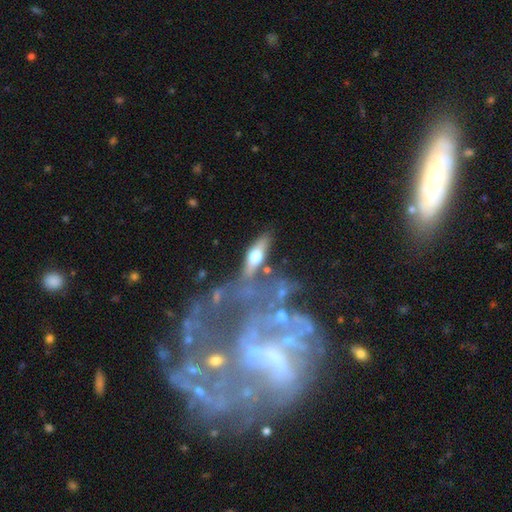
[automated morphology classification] smooth-or-featured: featured or disk: 49% | smooth: 43% | star or artifact: 7%
  merging: none: 59% | minor disturbance: 16% | merger: 16% | major disturbance: 8%